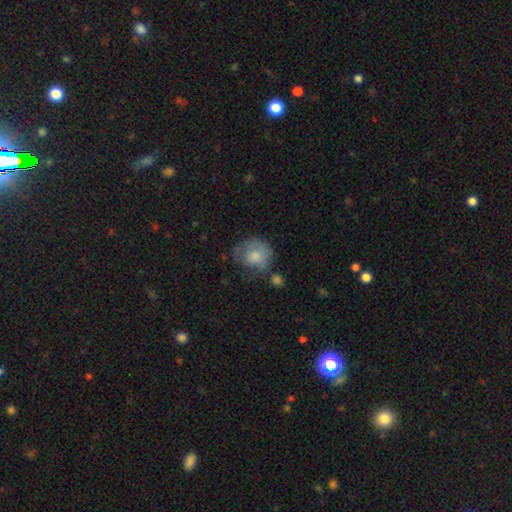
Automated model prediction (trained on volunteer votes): The model was most divided on "merging": none: 44%, minor disturbance: 30%, major disturbance: 20%, merger: 6%. More confident: how rounded — round (74%); smooth or featured — smooth (69%).